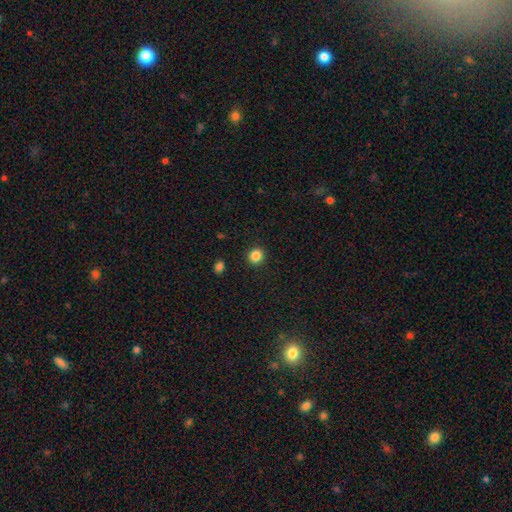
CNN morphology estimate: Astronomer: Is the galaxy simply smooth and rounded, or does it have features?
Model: smooth — 85%.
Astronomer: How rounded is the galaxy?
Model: round — 86%.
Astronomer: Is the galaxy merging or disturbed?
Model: none — 92%.